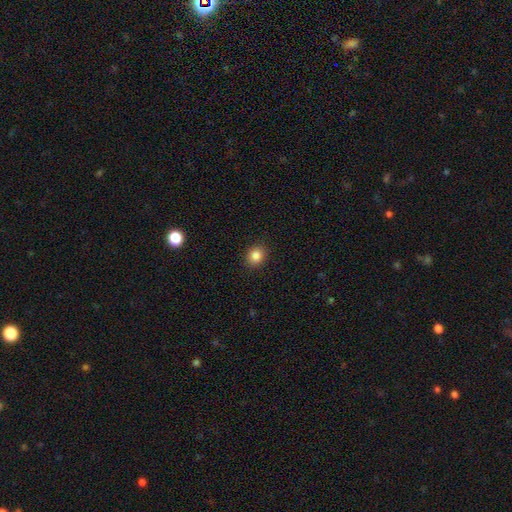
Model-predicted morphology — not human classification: The model was most divided on "how rounded": round: 76%, in between: 23%, cigar-shaped: 1%. More confident: merging — none (91%); smooth or featured — smooth (85%).